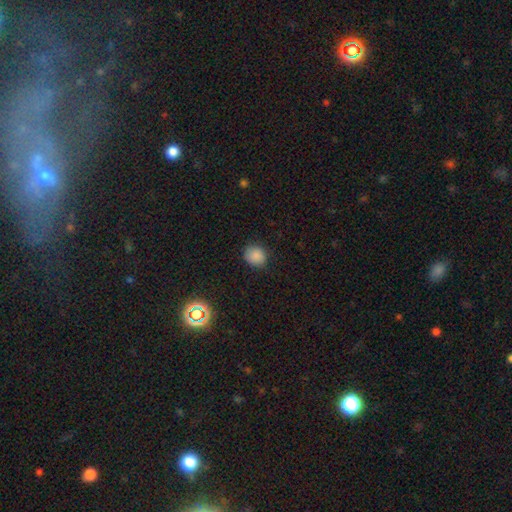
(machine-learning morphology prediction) A smooth galaxy with no disk features (85%) that is round (77%).

Vote fractions:
- Smooth or featured? smooth: 85% / star or artifact: 11% / featured or disk: 3%
- How rounded? round: 77% / in between: 22% / cigar-shaped: 1%
- Merging? none: 84% / minor disturbance: 12% / major disturbance: 3% / merger: 1%